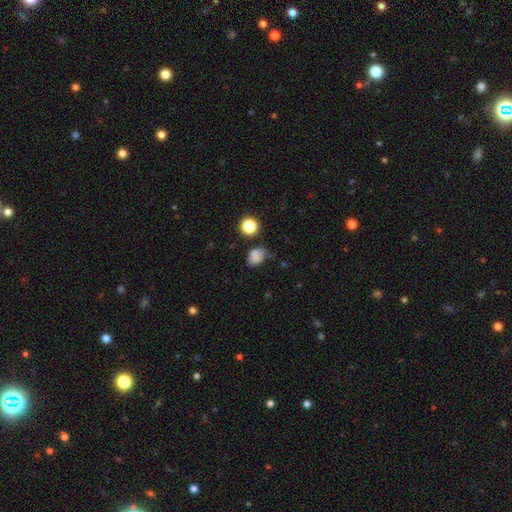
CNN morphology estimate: Smooth or featured: smooth — 77% (star or artifact — 15%)
How rounded: in between — 53% (round — 46%)
Merging: none — 50% (minor disturbance — 30%)